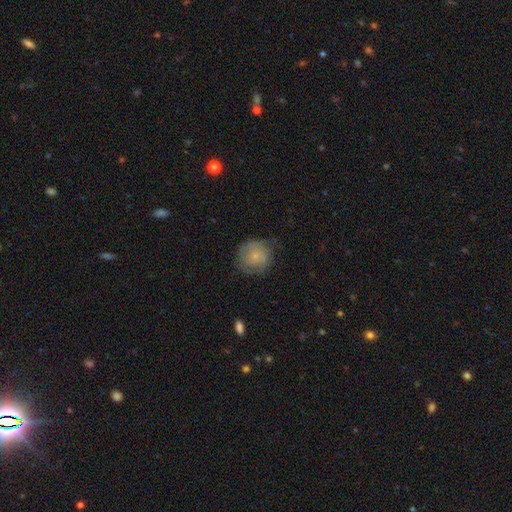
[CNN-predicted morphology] Smooth or featured: smooth — 68% (featured or disk — 24%)
How rounded: round — 89% (in between — 10%)
Merging: none — 65% (minor disturbance — 25%)